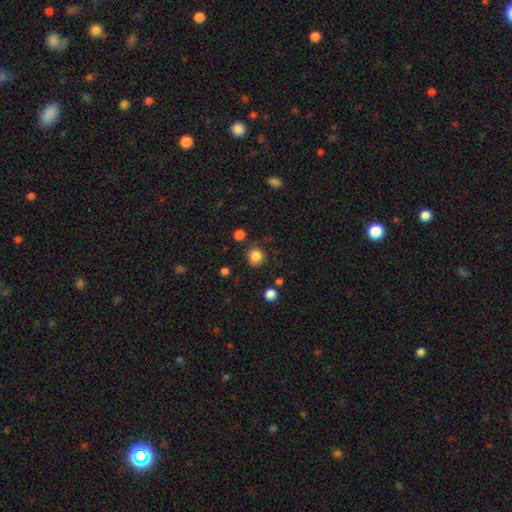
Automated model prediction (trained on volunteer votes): Smooth or featured? Predicted: smooth (p=0.84). How rounded? Predicted: round (p=0.84). Merging? Predicted: none (p=0.74).